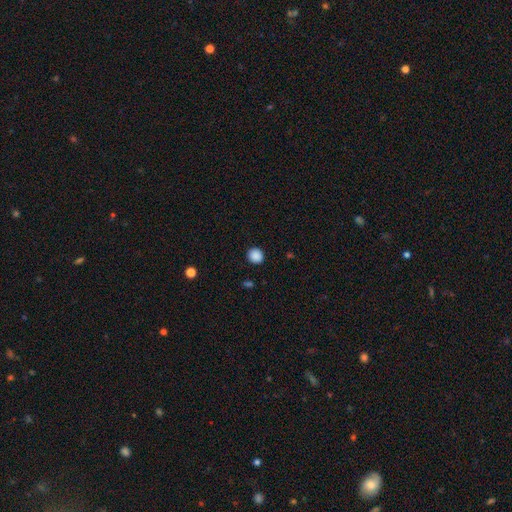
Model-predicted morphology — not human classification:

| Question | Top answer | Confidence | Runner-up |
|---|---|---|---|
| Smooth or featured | smooth | 88% | star or artifact (9%) |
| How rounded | round | 89% | in between (10%) |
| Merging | none | 92% | minor disturbance (5%) |